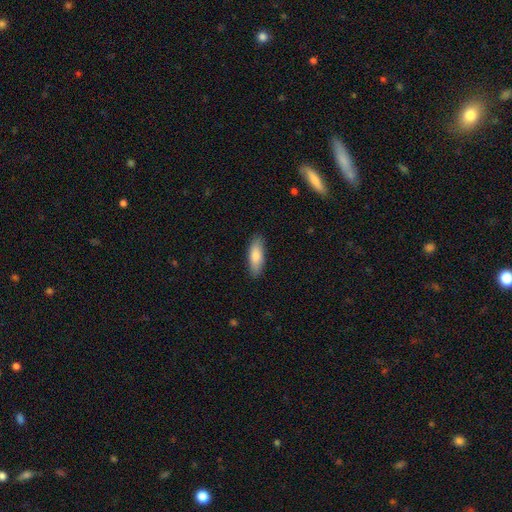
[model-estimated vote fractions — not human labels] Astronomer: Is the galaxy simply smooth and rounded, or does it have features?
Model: smooth — 83%.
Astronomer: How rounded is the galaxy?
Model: in between — 64%.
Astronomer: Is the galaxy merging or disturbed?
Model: none — 87%.